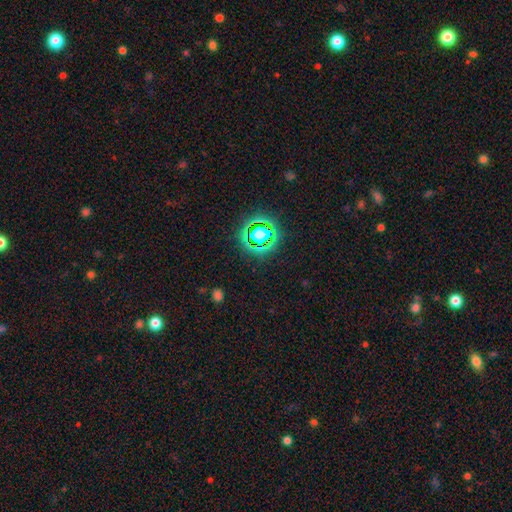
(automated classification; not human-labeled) Smooth or featured?
  - star or artifact: 74% *
  - smooth: 19%
  - featured or disk: 7%